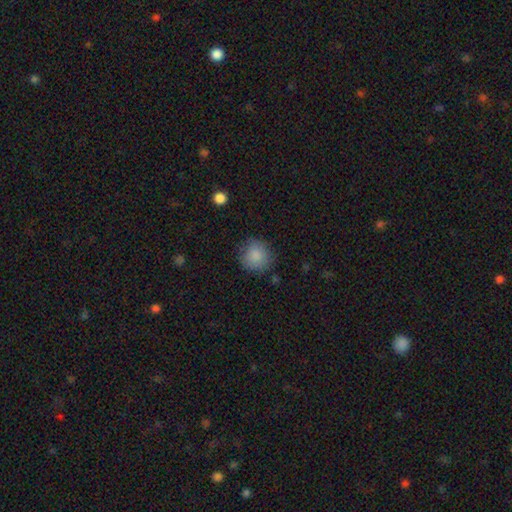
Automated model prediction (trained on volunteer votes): Smooth or featured: smooth — 86% (star or artifact — 8%)
How rounded: round — 91% (in between — 8%)
Merging: none — 81% (minor disturbance — 13%)